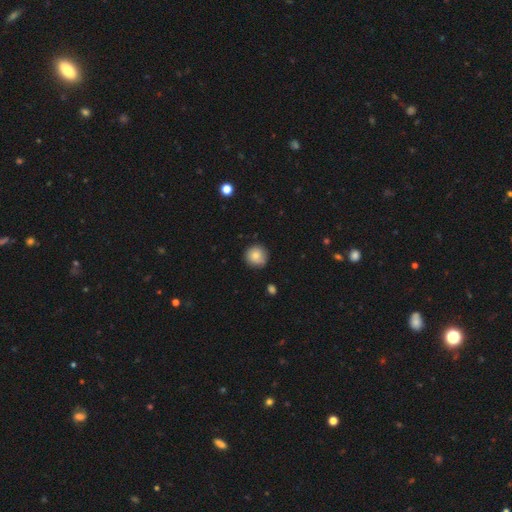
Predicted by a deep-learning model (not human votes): Smooth or featured? Predicted: smooth (p=0.80). How rounded? Predicted: round (p=0.94). Merging? Predicted: none (p=0.82).